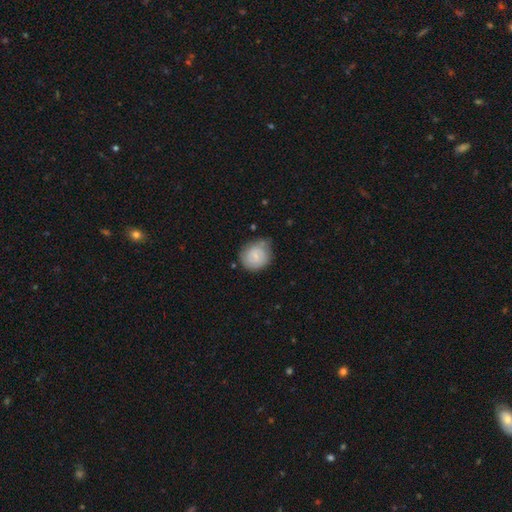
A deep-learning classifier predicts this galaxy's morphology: This appears to be a smooth galaxy with no disk features (62%) that is round (75%). Merging: none (59%).